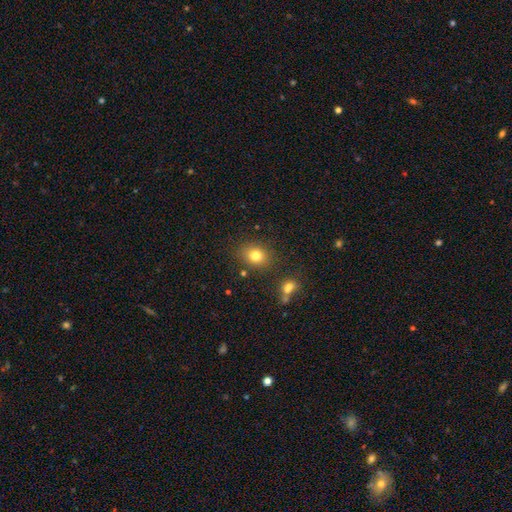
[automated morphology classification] This is likely a smooth galaxy (79%). How rounded: possibly round (55%). Merging: clearly none (82%).